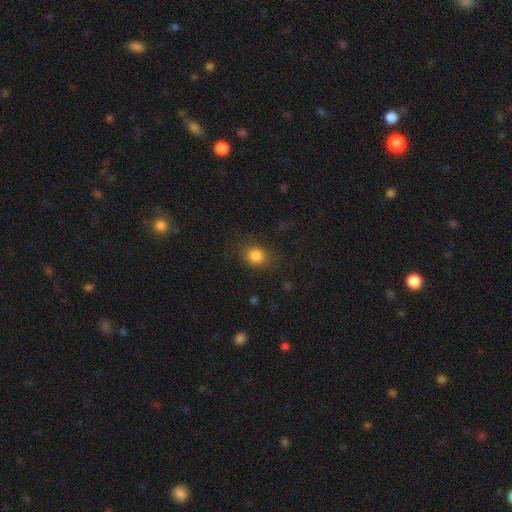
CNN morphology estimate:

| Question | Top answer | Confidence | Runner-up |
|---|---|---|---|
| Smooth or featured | smooth | 82% | star or artifact (12%) |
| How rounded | round | 65% | in between (34%) |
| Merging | none | 81% | minor disturbance (13%) |